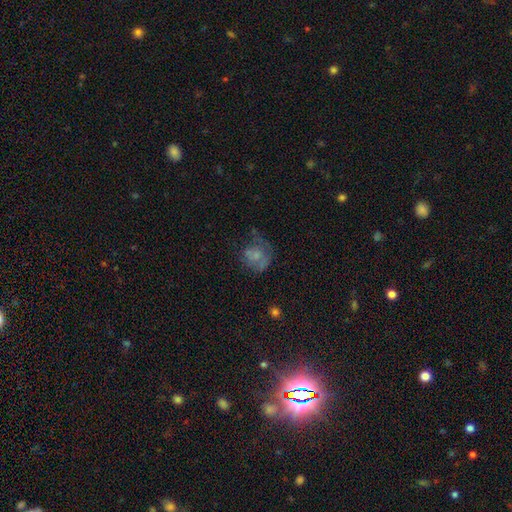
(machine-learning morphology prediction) Smooth or featured: smooth — 53% (featured or disk — 35%)
How rounded: round — 72% (in between — 27%)
Merging: none — 36% (major disturbance — 30%)